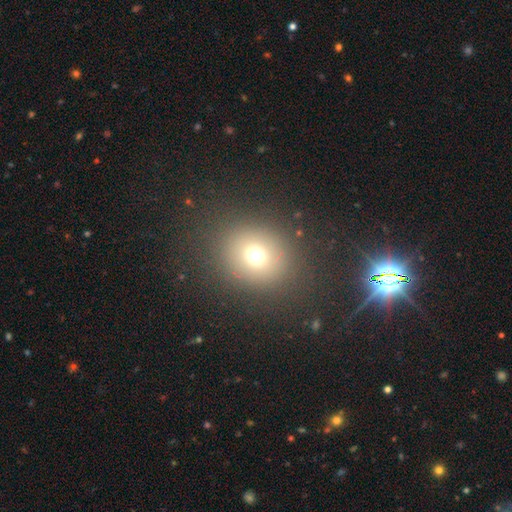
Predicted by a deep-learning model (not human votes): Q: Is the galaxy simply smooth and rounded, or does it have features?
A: smooth — 70%.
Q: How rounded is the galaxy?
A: round — 76%.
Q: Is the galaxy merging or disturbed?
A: none — 85%.